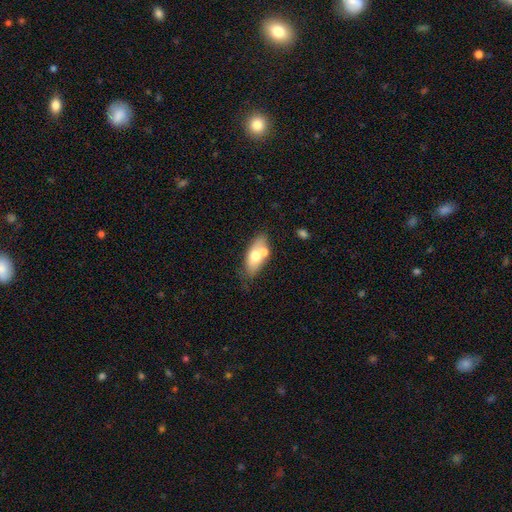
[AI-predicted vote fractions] Smooth or featured: smooth — 63% (featured or disk — 30%)
How rounded: in between — 84% (cigar-shaped — 11%)
Merging: none — 52% (merger — 28%)